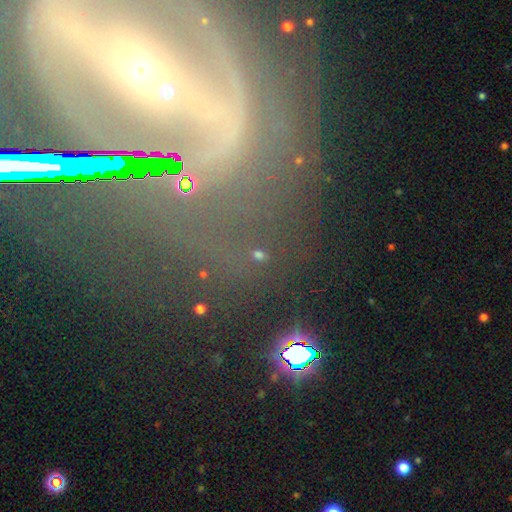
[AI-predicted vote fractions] Smooth or featured? star or artifact (67%)